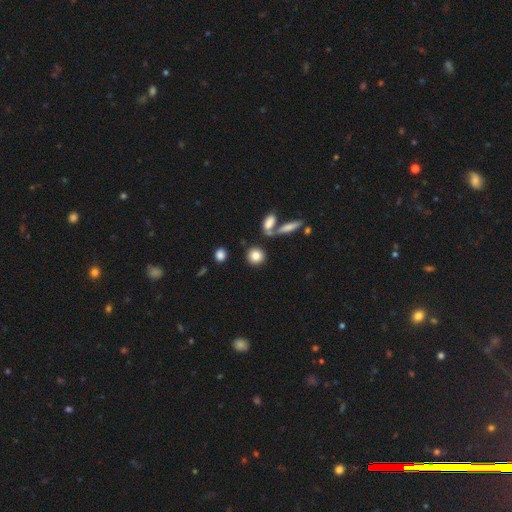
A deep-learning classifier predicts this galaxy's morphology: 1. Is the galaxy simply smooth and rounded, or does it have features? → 82% smooth, 9% star or artifact, 9% featured or disk.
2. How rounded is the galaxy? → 82% round, 15% in between, 3% cigar-shaped.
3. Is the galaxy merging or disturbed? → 77% none, 11% merger, 9% minor disturbance, 3% major disturbance.